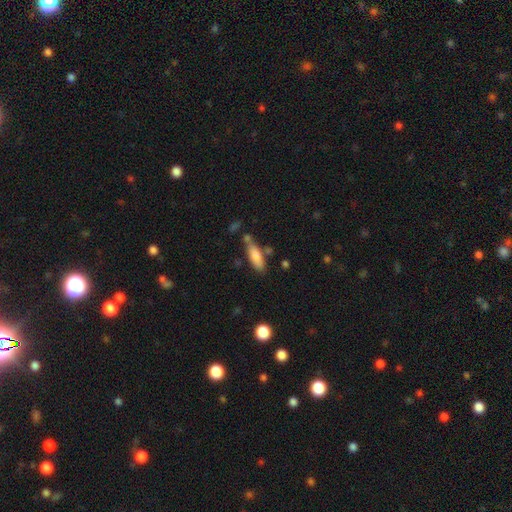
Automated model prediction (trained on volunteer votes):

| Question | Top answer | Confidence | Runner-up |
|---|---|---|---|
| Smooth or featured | smooth | 76% | featured or disk (17%) |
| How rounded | in between | 52% | cigar-shaped (46%) |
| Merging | none | 63% | minor disturbance (19%) |